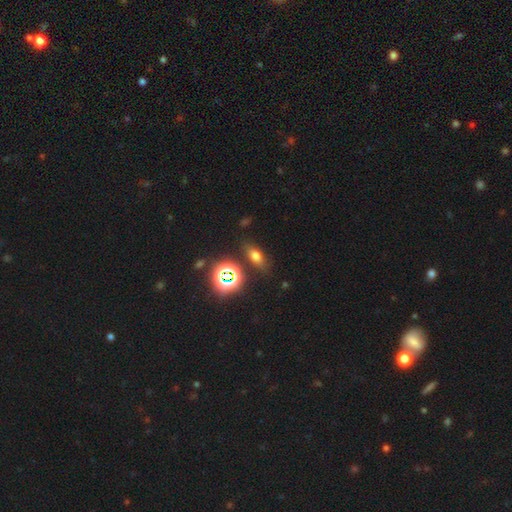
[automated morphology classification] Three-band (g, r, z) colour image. It shows a smooth galaxy with no disk features (62%) that is in between round and cigar-shaped (69%). Merging: none (81%).